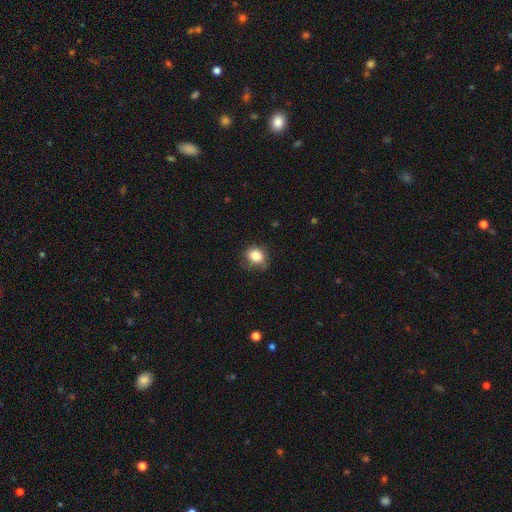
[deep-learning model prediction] The model was most divided on "how rounded": round: 73%, in between: 26%, cigar-shaped: 1%. More confident: smooth or featured — smooth (84%); merging — none (73%).